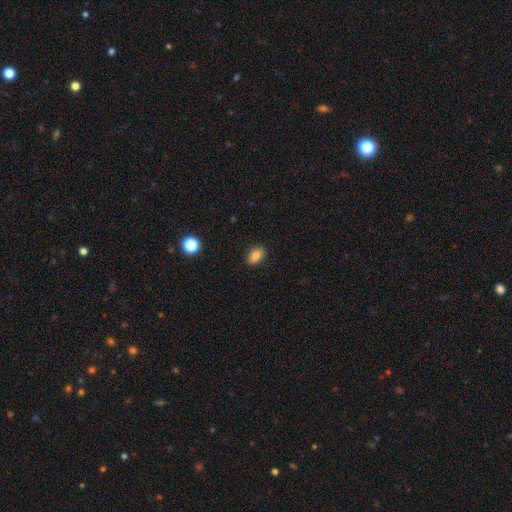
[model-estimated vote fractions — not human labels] Smooth or featured?
  - smooth: 82% *
  - star or artifact: 10%
  - featured or disk: 9%
How rounded?
  - in between: 84% *
  - round: 14%
  - cigar-shaped: 3%
Merging?
  - none: 88% *
  - minor disturbance: 9%
  - major disturbance: 2%
  - merger: 1%